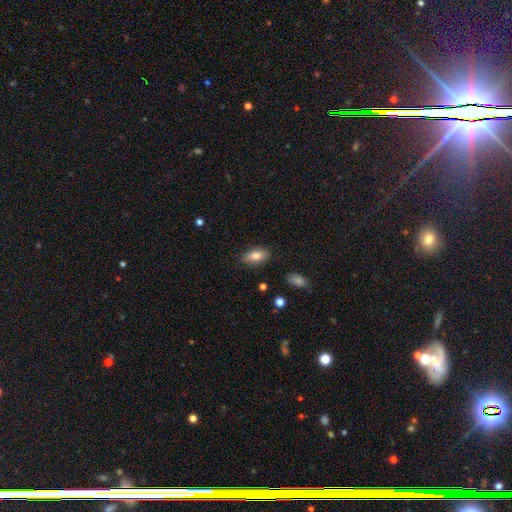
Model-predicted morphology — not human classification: The model was most divided on "smooth or featured": smooth: 82%, featured or disk: 11%, star or artifact: 7%. More confident: how rounded — in between (86%); merging — none (84%).